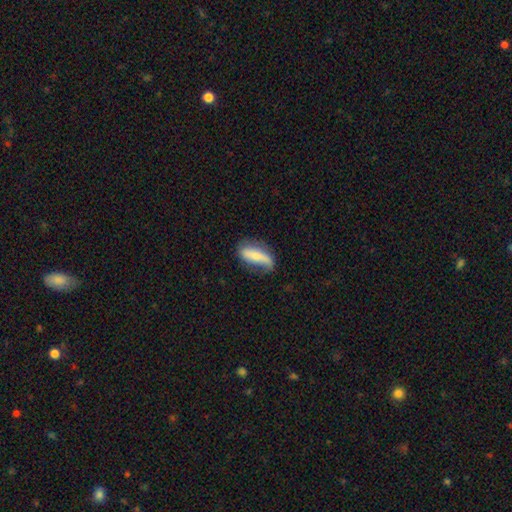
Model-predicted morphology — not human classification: Smooth or featured: smooth — 55% (featured or disk — 38%)
How rounded: in between — 58% (cigar-shaped — 39%)
Merging: none — 57% (minor disturbance — 29%)